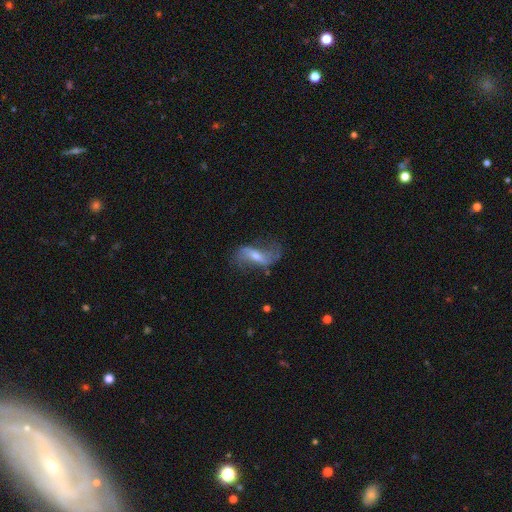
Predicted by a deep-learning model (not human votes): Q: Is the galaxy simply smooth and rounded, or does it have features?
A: featured or disk — 73%.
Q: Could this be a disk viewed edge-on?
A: no — 91%.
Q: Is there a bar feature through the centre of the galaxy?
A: weak — 43%.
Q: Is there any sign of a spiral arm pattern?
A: yes — 87%.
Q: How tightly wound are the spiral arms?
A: loose — 82%.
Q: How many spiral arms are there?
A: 2 — 87%.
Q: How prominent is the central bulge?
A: moderate — 44%.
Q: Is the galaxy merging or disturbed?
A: none — 58%.